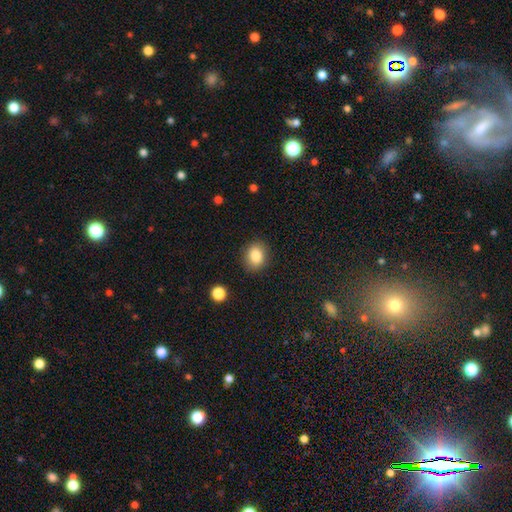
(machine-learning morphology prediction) Smooth or featured? Predicted: smooth (p=0.84). How rounded? Predicted: in between (p=0.51). Merging? Predicted: none (p=0.87).